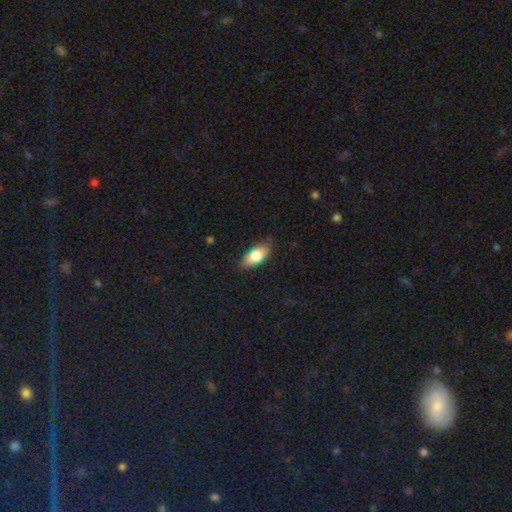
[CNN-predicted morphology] Smooth or featured? smooth (78%)
How rounded? in between (86%)
Merging? none (76%)